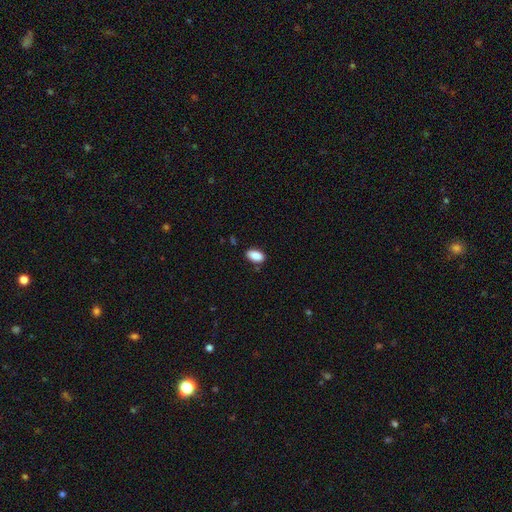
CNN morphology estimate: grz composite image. It shows a smooth galaxy with no disk features (89%) that is in between round and cigar-shaped (93%). Merging: none (83%).